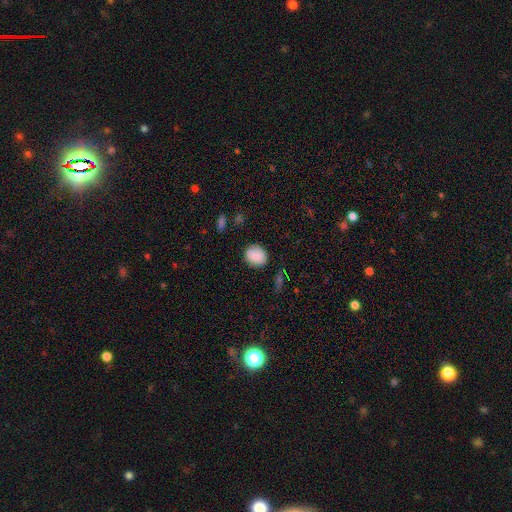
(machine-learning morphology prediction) A smooth galaxy with no disk features (84%) that is round (68%).

Vote fractions:
- Smooth or featured? smooth: 84% / featured or disk: 8% / star or artifact: 8%
- How rounded? round: 68% / in between: 31% / cigar-shaped: 1%
- Merging? none: 80% / minor disturbance: 15% / major disturbance: 3% / merger: 2%